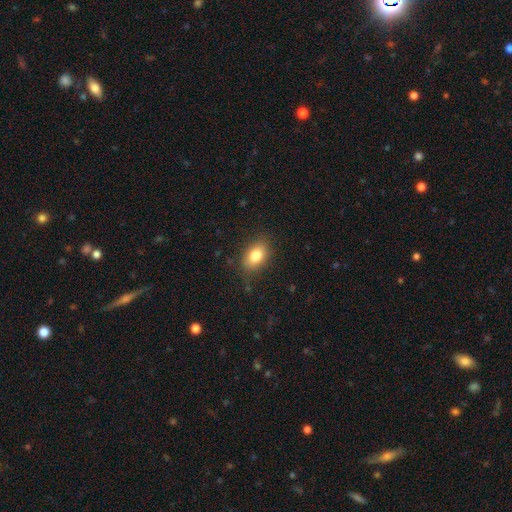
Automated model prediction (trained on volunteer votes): Smooth or featured?
  - smooth: 82% *
  - featured or disk: 10%
  - star or artifact: 8%
How rounded?
  - in between: 86% *
  - round: 12%
  - cigar-shaped: 2%
Merging?
  - none: 82% *
  - minor disturbance: 13%
  - major disturbance: 3%
  - merger: 1%